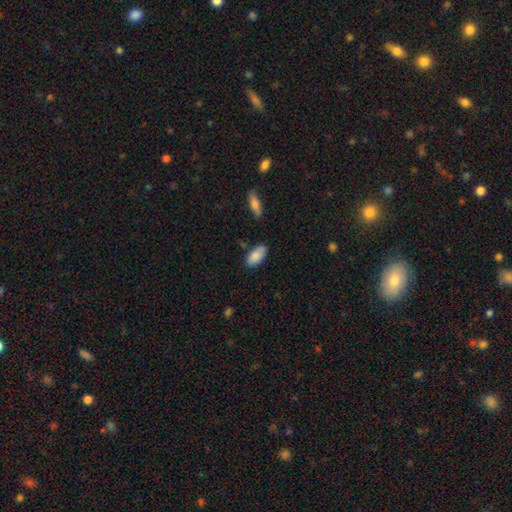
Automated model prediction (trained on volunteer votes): This appears to be a smooth galaxy with no disk features (87%) that is in between round and cigar-shaped (93%). Merging: none (81%).